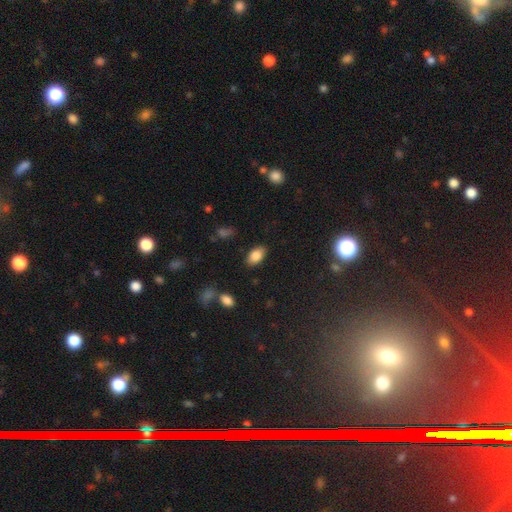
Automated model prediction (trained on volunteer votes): Smooth or featured? Predicted: smooth (p=0.84). How rounded? Predicted: in between (p=0.92). Merging? Predicted: none (p=0.84).